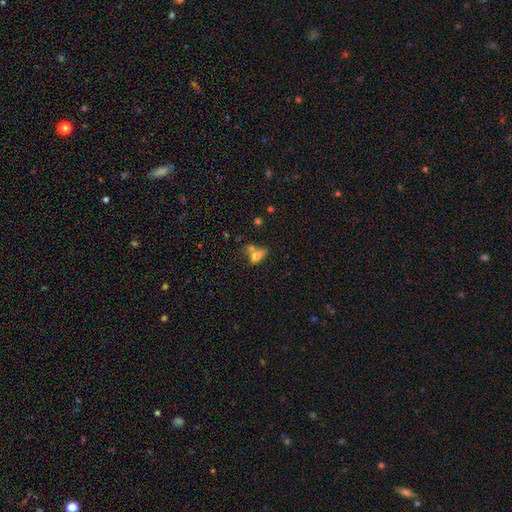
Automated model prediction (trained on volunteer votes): Q: Smooth or featured?
A: smooth (69%); runner-up: featured or disk (18%)
Q: How rounded?
A: in between (76%); runner-up: round (13%)
Q: Merging?
A: merger (43%); runner-up: none (29%)